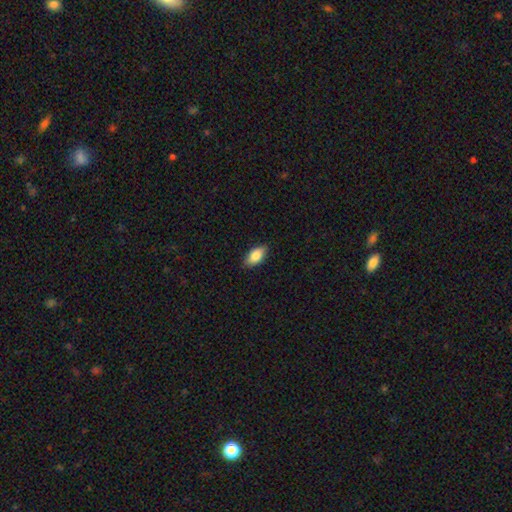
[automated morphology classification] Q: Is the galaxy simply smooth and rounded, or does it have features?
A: smooth — 84%.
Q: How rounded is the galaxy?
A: in between — 91%.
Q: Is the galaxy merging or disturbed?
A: none — 86%.